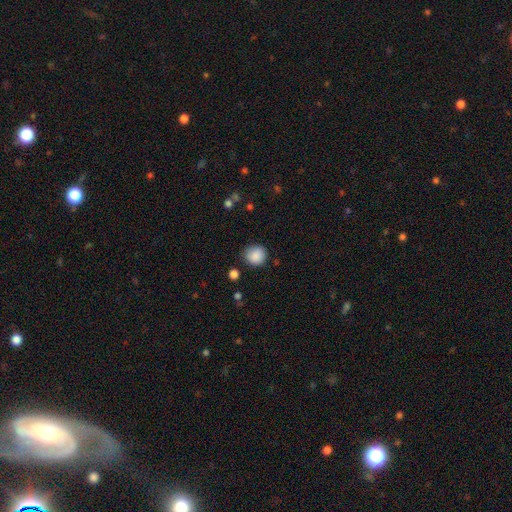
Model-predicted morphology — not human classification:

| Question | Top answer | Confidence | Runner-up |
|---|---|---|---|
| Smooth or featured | smooth | 88% | star or artifact (8%) |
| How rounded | round | 87% | in between (12%) |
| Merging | none | 82% | minor disturbance (13%) |